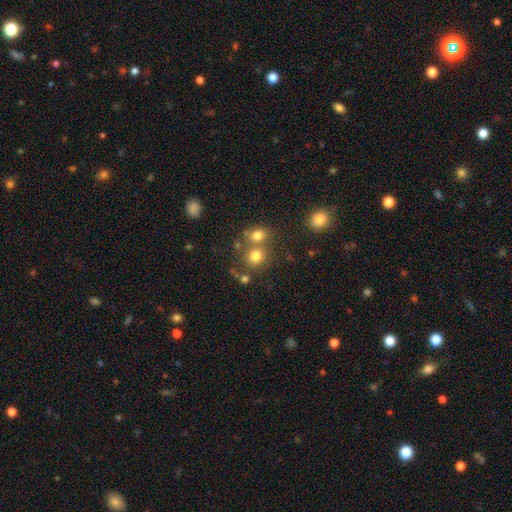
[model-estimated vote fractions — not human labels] Smooth or featured? smooth (76%)
How rounded? round (80%)
Merging? none (56%)